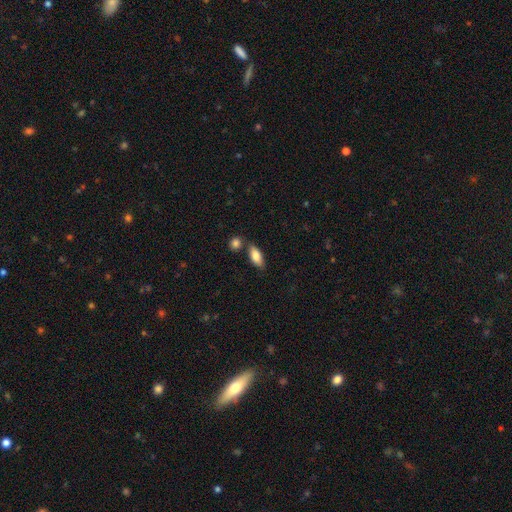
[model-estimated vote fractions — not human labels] Overall: smooth (81%). How rounded: in between (83%). Merging: none (71%).